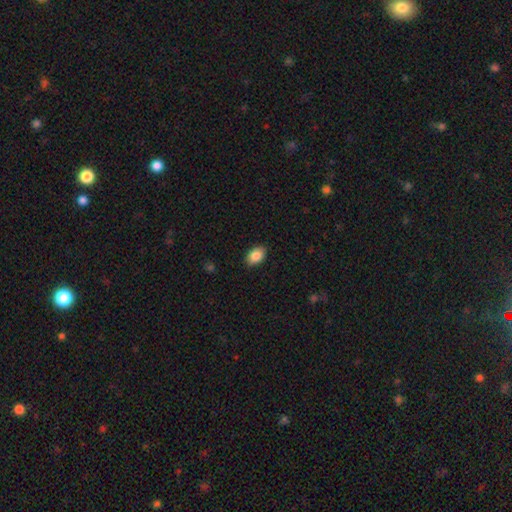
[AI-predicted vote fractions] This is clearly a smooth galaxy (87%). How rounded: clearly in between (87%). Merging: clearly none (89%).